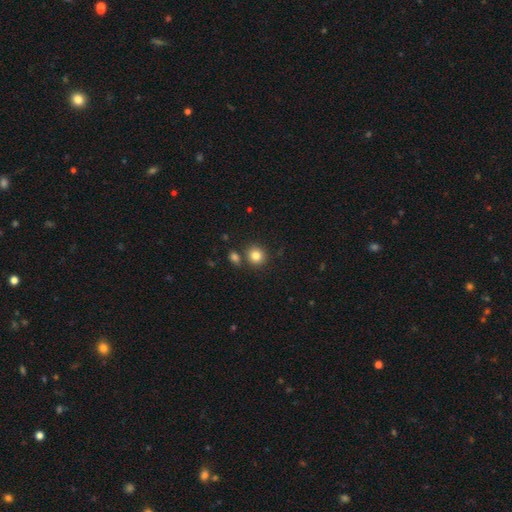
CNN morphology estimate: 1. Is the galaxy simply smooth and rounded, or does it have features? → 82% smooth, 11% star or artifact, 7% featured or disk.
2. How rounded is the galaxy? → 88% round, 11% in between, 1% cigar-shaped.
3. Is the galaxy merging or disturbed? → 78% none, 11% merger, 8% minor disturbance, 3% major disturbance.